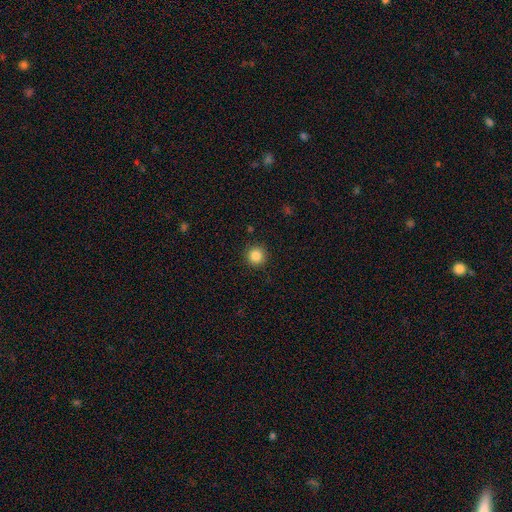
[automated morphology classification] Smooth or featured? smooth (86%)
How rounded? round (95%)
Merging? none (92%)